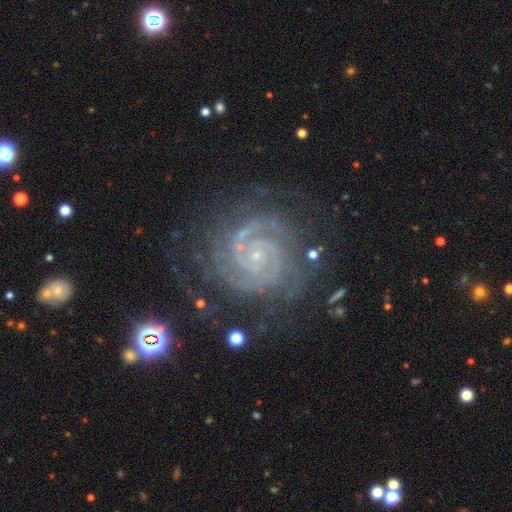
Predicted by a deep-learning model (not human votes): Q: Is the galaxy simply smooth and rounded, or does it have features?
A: featured or disk — 91%.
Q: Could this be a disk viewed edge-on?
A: no — 98%.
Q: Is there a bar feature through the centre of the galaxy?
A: no — 70%.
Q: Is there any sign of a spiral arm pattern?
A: yes — 99%.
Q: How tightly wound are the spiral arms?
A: tight — 80%.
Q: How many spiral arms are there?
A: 2 — 52%.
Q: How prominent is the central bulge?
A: small — 87%.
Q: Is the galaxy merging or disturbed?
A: none — 75%.